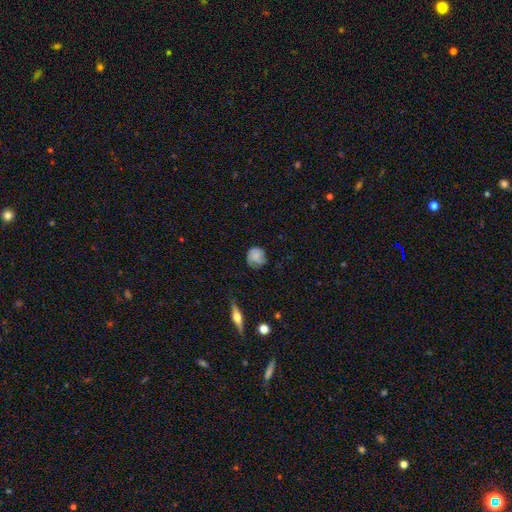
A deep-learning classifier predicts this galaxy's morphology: The model was most divided on "merging": none: 57%, minor disturbance: 30%, major disturbance: 11%, merger: 2%. More confident: how rounded — round (80%); smooth or featured — smooth (65%).